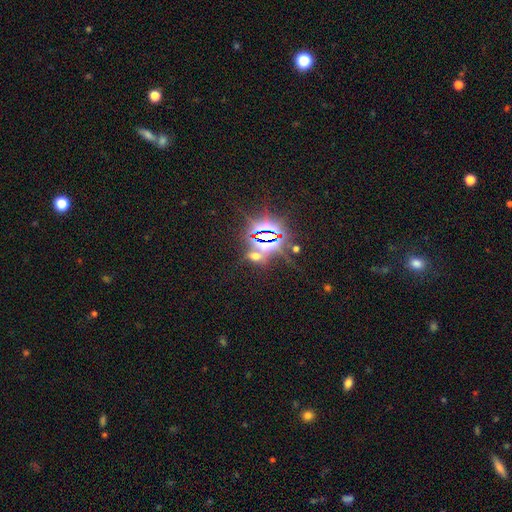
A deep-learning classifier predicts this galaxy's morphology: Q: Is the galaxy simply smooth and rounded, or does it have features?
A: star or artifact — 66%.